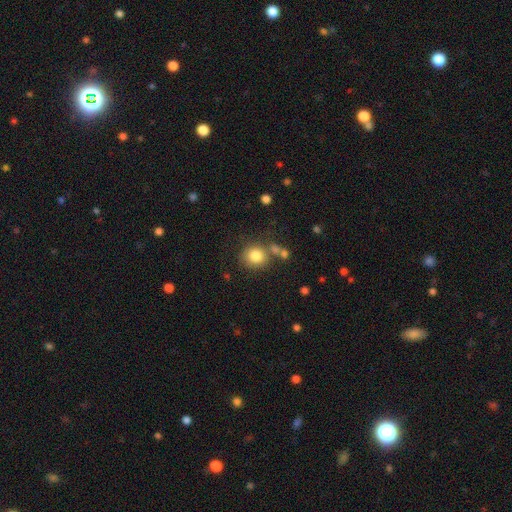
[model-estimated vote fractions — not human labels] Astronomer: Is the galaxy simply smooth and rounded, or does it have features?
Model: smooth — 82%.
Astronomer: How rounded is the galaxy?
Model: round — 86%.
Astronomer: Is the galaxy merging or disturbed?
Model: none — 70%.